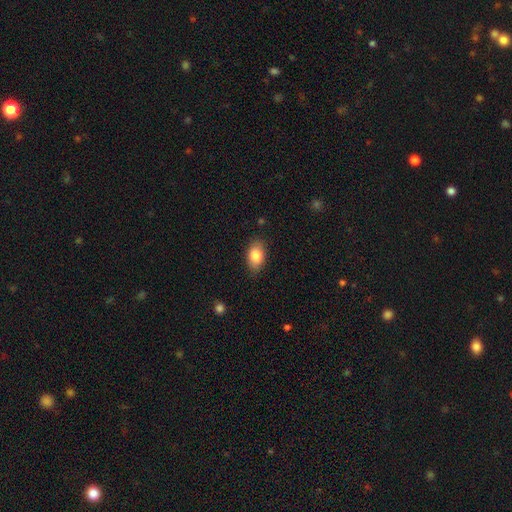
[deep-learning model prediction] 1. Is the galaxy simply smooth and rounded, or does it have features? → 85% smooth, 8% featured or disk, 7% star or artifact.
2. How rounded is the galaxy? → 90% in between, 8% round, 2% cigar-shaped.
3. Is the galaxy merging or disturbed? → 85% none, 12% minor disturbance, 3% major disturbance, 1% merger.